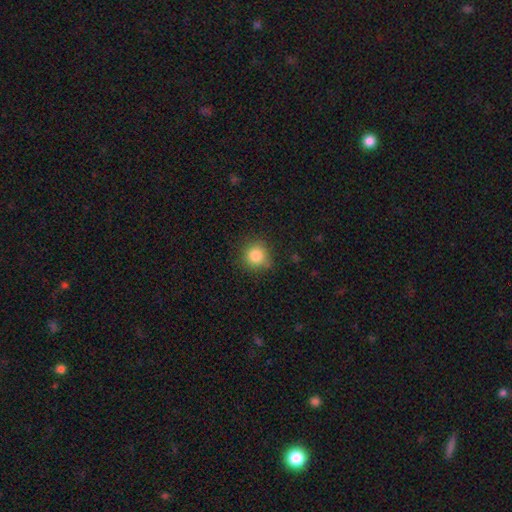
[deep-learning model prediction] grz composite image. It shows a smooth galaxy with no disk features (83%) that is round (91%). Merging: none (82%).